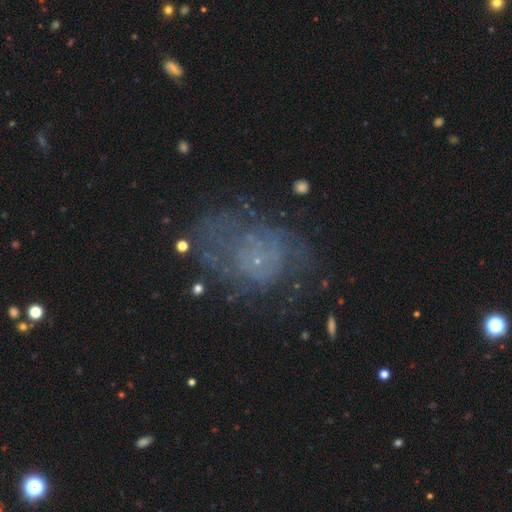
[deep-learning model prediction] Morphology: type=featured or disk (60%); edge-on=no (97%); bar=no (86%); spiral arms=yes (56%); bulge=small (64%); merging=none (55%).